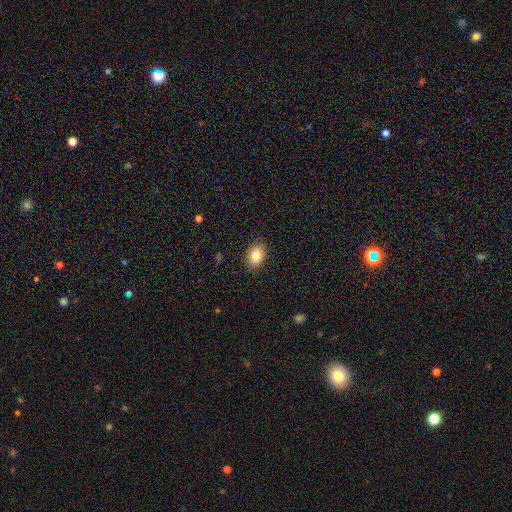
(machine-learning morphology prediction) The model was most divided on "how rounded": in between: 69%, round: 30%, cigar-shaped: 1%. More confident: merging — none (88%); smooth or featured — smooth (84%).